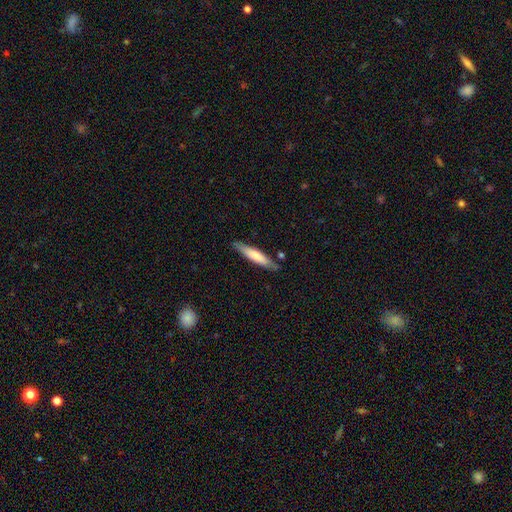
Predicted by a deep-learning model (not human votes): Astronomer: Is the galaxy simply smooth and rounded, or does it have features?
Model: smooth — 67%.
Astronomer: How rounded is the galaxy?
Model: cigar-shaped — 88%.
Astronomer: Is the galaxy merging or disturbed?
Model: none — 84%.